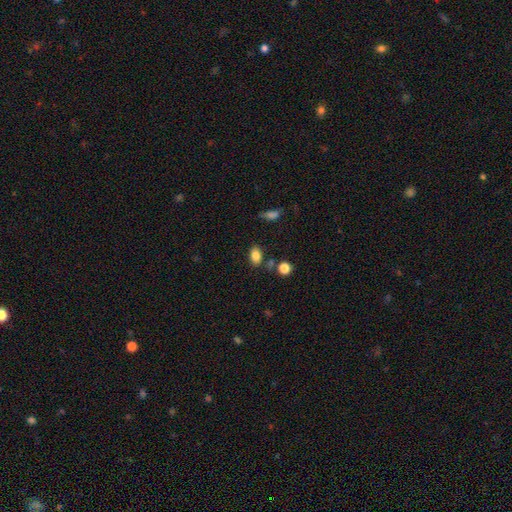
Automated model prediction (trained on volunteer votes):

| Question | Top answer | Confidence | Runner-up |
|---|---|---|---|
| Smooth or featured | smooth | 84% | star or artifact (10%) |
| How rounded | in between | 84% | round (14%) |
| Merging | none | 76% | minor disturbance (14%) |